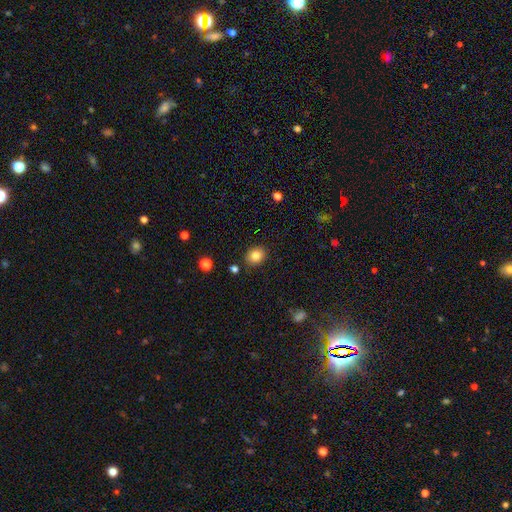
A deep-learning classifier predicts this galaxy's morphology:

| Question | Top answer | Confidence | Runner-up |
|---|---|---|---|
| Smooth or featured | smooth | 83% | star or artifact (10%) |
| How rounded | round | 58% | in between (41%) |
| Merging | none | 86% | minor disturbance (9%) |